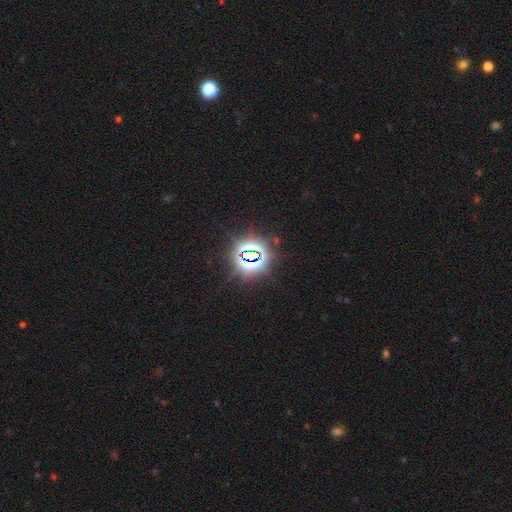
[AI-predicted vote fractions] A star or artifact, not a galaxy (82%).

Vote fractions:
- Smooth or featured? star or artifact: 82% / smooth: 11% / featured or disk: 7%